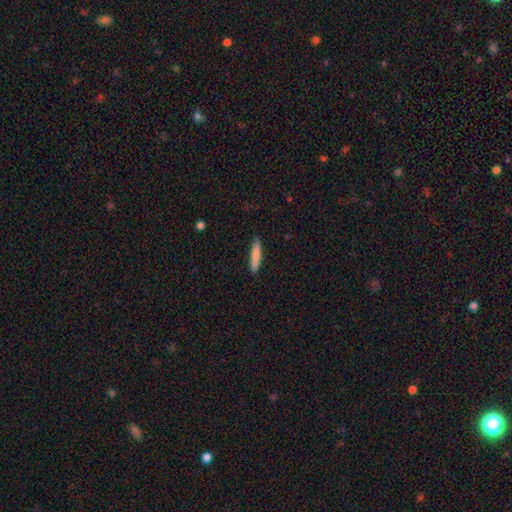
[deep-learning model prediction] Smooth or featured: smooth — 81% (featured or disk — 13%)
How rounded: cigar-shaped — 89% (in between — 10%)
Merging: none — 89% (minor disturbance — 8%)